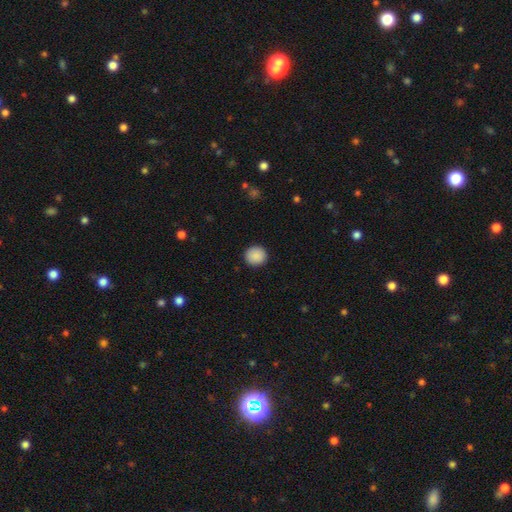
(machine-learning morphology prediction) smooth 90%, star or artifact 7%, featured or disk 3%. Down the decision tree: how rounded — round (91%); merging — none (92%).